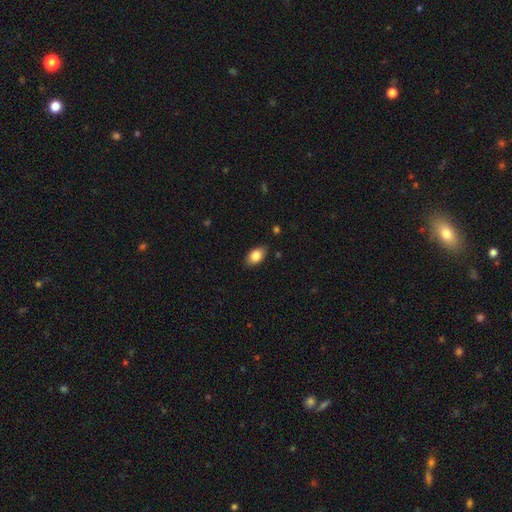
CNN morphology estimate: A smooth galaxy with no disk features (85%) that is in between round and cigar-shaped (89%).

Vote fractions:
- Smooth or featured? smooth: 85% / featured or disk: 8% / star or artifact: 7%
- How rounded? in between: 89% / round: 9% / cigar-shaped: 2%
- Merging? none: 85% / minor disturbance: 11% / major disturbance: 2% / merger: 1%